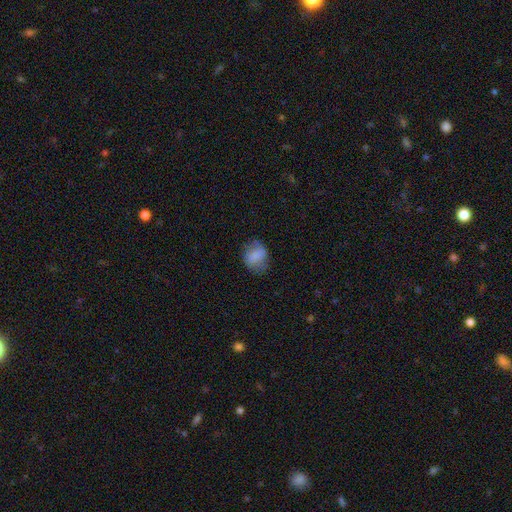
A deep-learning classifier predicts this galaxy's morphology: A smooth galaxy with no disk features (73%) that is in between round and cigar-shaped (50%). Merging: none (63%).